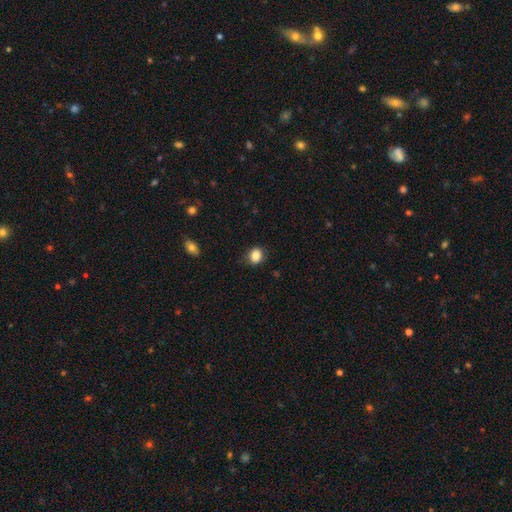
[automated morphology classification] Smooth or featured? Predicted: smooth (p=0.85). How rounded? Predicted: round (p=0.65). Merging? Predicted: none (p=0.85).